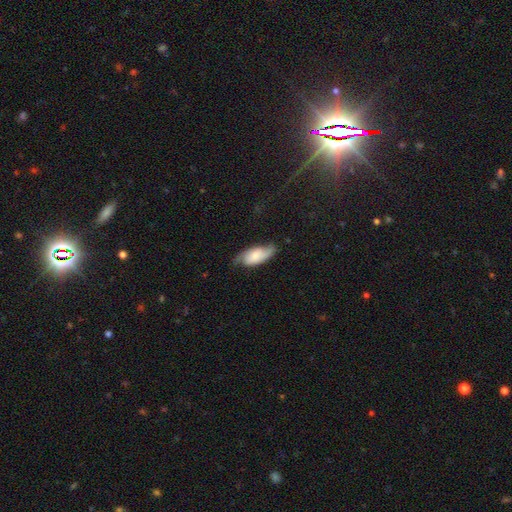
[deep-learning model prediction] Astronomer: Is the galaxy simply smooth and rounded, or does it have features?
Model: featured or disk — 49% (runner-up: smooth, 44%).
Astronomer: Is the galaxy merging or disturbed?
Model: none — 62%.